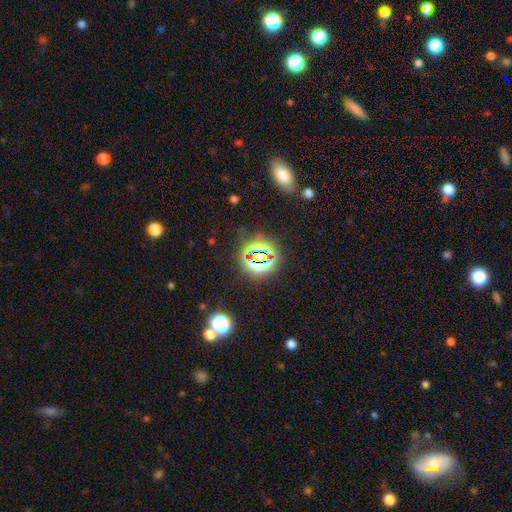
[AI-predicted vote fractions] Morphology: type=star or artifact (75%).